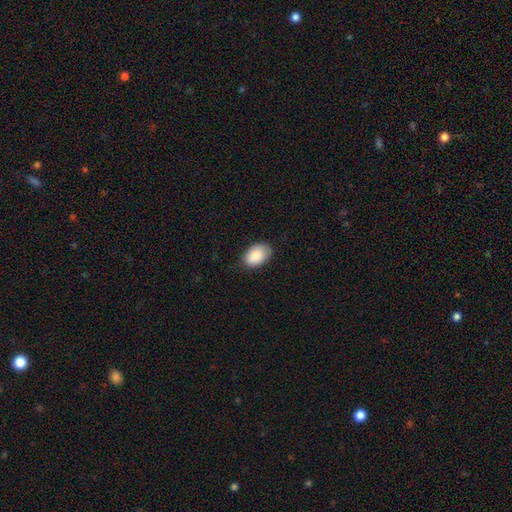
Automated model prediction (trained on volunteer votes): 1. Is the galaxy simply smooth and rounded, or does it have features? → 86% smooth, 7% featured or disk, 6% star or artifact.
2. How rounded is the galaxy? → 90% in between, 9% round, 1% cigar-shaped.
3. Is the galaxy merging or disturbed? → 77% none, 19% minor disturbance, 3% major disturbance, 1% merger.